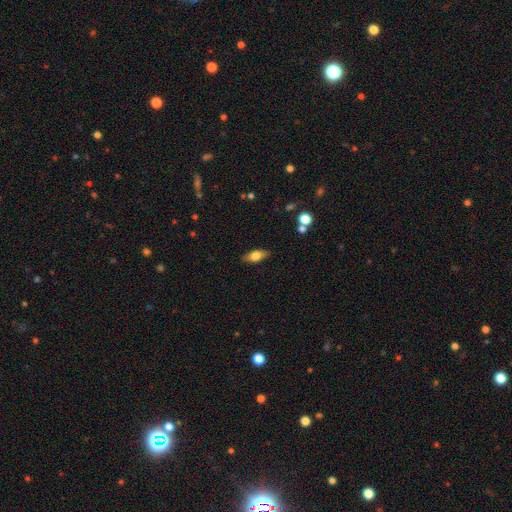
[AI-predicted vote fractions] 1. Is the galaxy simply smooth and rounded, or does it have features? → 66% smooth, 26% featured or disk, 7% star or artifact.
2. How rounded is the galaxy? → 79% in between, 16% cigar-shaped, 4% round.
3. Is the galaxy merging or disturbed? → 85% none, 11% minor disturbance, 2% major disturbance, 1% merger.